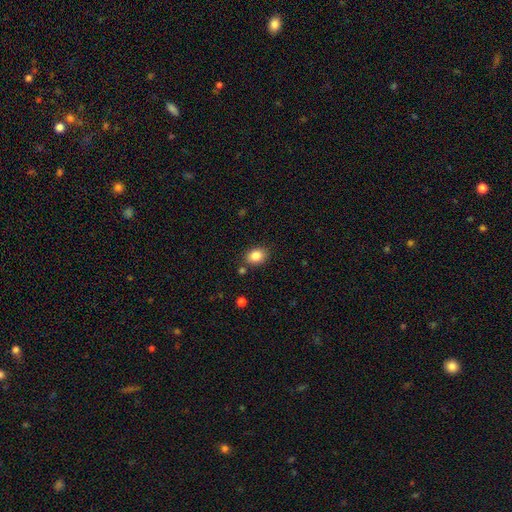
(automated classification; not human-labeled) A smooth galaxy with no disk features (84%) that is in between round and cigar-shaped (60%).

Vote fractions:
- Smooth or featured? smooth: 84% / star or artifact: 9% / featured or disk: 6%
- How rounded? in between: 60% / round: 39% / cigar-shaped: 1%
- Merging? none: 81% / minor disturbance: 12% / merger: 5% / major disturbance: 3%